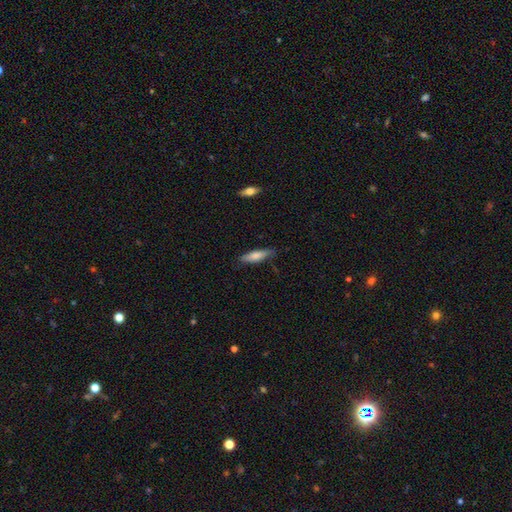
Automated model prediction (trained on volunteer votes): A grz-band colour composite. It shows a smooth galaxy with no disk features (73%) that is cigar-shaped (68%). Merging: none (80%).